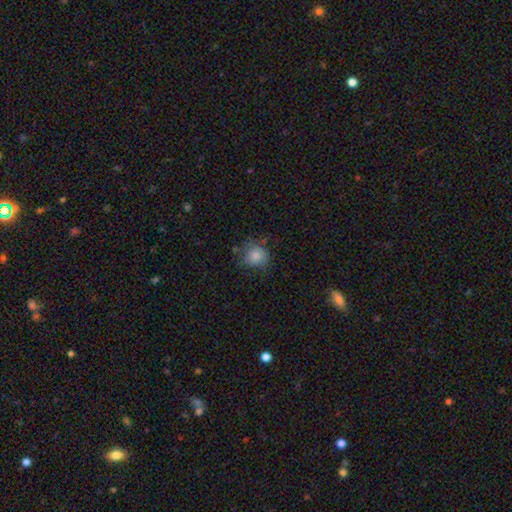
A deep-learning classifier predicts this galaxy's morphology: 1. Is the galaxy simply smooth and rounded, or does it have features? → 81% smooth, 10% star or artifact, 9% featured or disk.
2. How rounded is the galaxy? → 82% round, 17% in between, 1% cigar-shaped.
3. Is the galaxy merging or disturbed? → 63% none, 25% minor disturbance, 10% major disturbance, 3% merger.